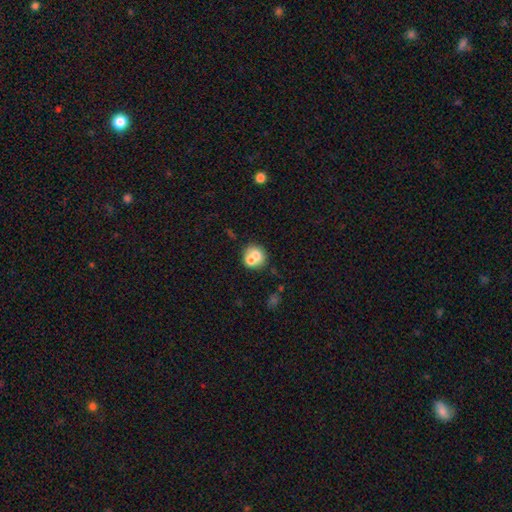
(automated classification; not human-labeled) smooth 65%, featured or disk 26%, star or artifact 10%. Down the decision tree: how rounded — round (75%); merging — merger (51%).